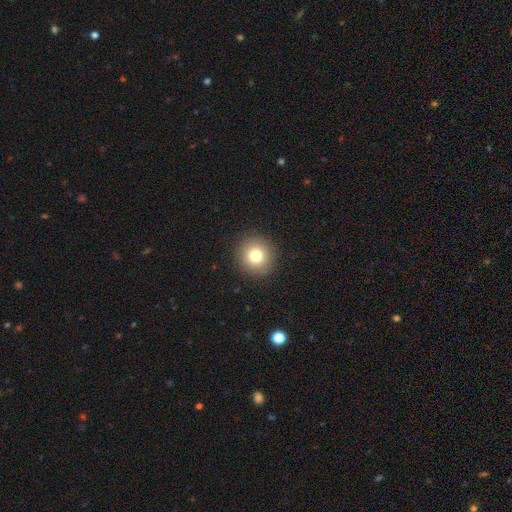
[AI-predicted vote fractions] Smooth or featured?
  - smooth: 78% *
  - star or artifact: 12%
  - featured or disk: 10%
How rounded?
  - round: 93% *
  - in between: 6%
  - cigar-shaped: 1%
Merging?
  - none: 91% *
  - minor disturbance: 6%
  - major disturbance: 2%
  - merger: 1%